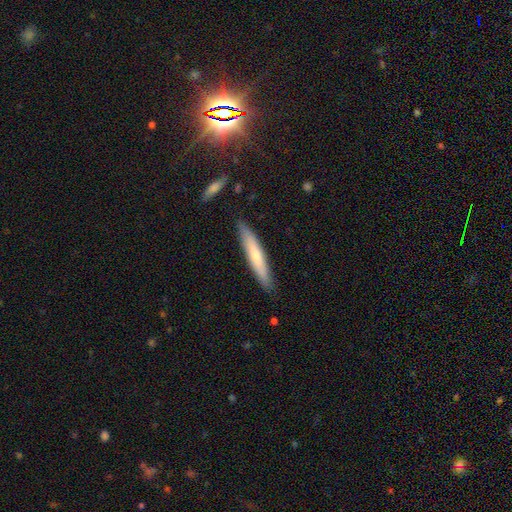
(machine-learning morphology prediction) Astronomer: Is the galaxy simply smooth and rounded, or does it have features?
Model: smooth — 63%.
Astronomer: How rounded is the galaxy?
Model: cigar-shaped — 92%.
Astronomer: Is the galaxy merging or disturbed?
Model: none — 88%.